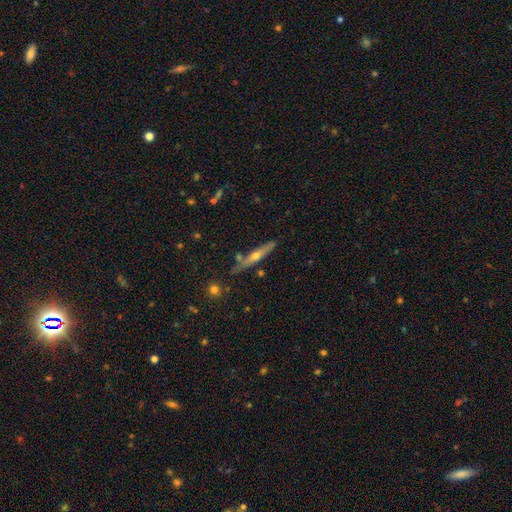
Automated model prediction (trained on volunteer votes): Q: Smooth or featured?
A: featured or disk (63%); runner-up: smooth (30%)
Q: Edge-on disk?
A: yes (93%); runner-up: no (7%)
Q: Edge-on bulge?
A: rounded (81%); runner-up: none (16%)
Q: Merging?
A: none (81%); runner-up: minor disturbance (13%)